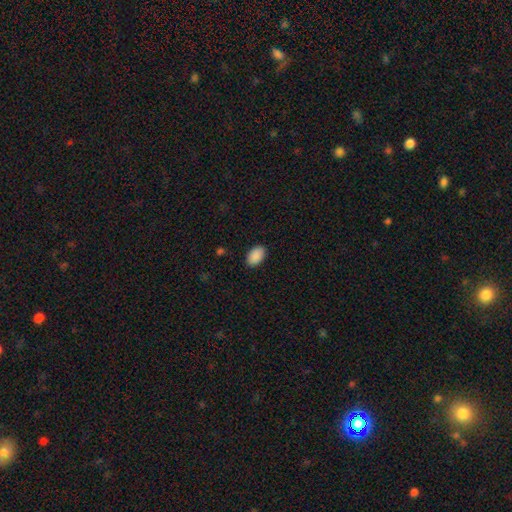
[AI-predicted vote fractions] Smooth or featured?
  - smooth: 90% *
  - star or artifact: 7%
  - featured or disk: 3%
How rounded?
  - in between: 92% *
  - round: 7%
  - cigar-shaped: 1%
Merging?
  - none: 89% *
  - minor disturbance: 8%
  - major disturbance: 2%
  - merger: 1%